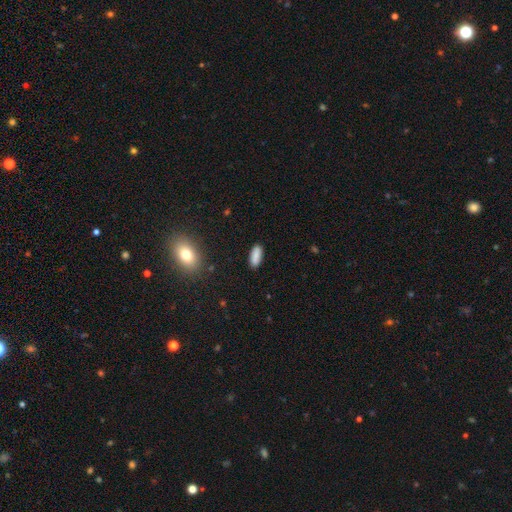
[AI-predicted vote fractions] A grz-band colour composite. It shows a smooth galaxy with no disk features (86%) that is in between round and cigar-shaped (77%). Merging: none (87%).